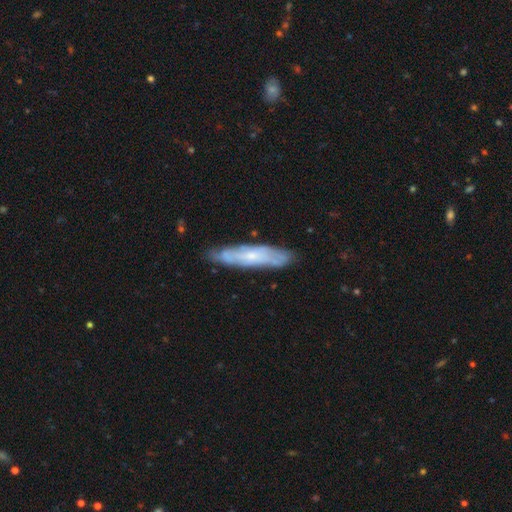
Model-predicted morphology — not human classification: smooth_or_featured: featured or disk (p=0.56) [alt: smooth p=0.36]
disk_edge_on: yes (p=0.50) [tied with: no p=0.50]
merging: none (p=0.81) [alt: minor disturbance p=0.15]